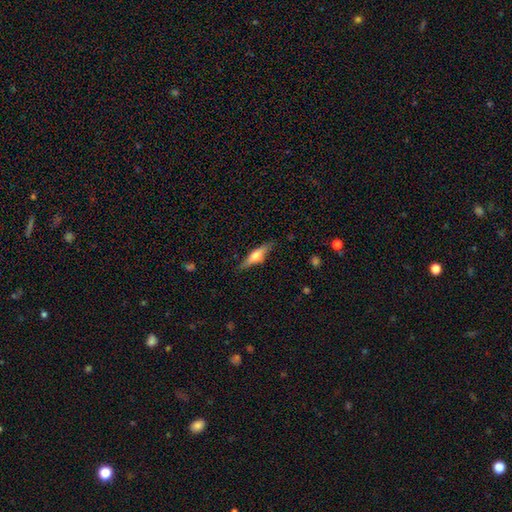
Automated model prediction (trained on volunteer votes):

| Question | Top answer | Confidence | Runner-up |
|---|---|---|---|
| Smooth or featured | featured or disk | 51% | smooth (42%) |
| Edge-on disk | yes | 93% | no (7%) |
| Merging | none | 84% | minor disturbance (12%) |